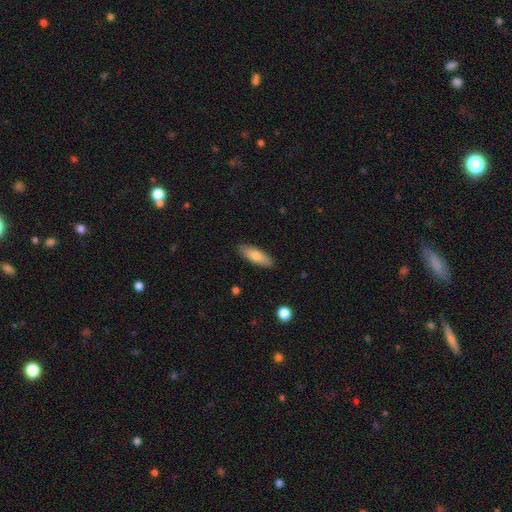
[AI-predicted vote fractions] Smooth or featured? smooth (77%)
How rounded? in between (56%)
Merging? none (87%)